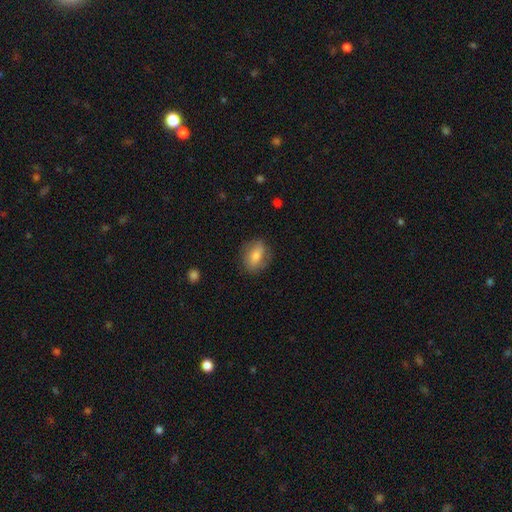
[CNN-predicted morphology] Overall: smooth (66%; featured or disk 27%). How rounded: in between (71%). Merging: none (78%).